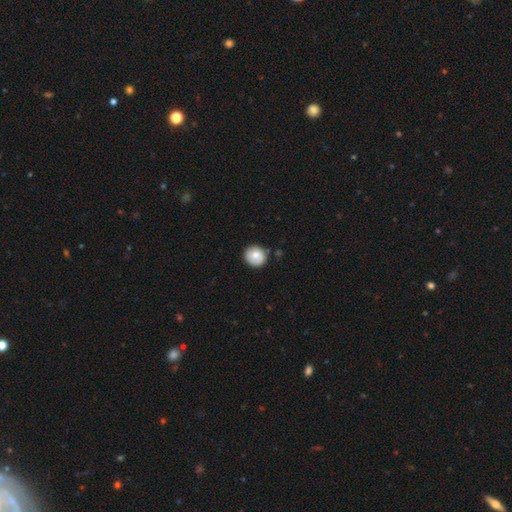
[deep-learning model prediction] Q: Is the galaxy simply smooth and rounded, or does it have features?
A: smooth — 77%.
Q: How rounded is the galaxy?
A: round — 88%.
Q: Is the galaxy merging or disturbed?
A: none — 84%.